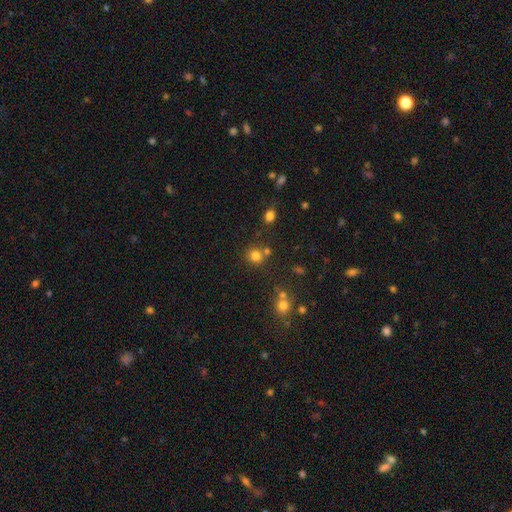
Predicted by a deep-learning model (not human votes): This is likely a smooth galaxy (78%). How rounded: clearly round (88%). Merging: likely none (70%).